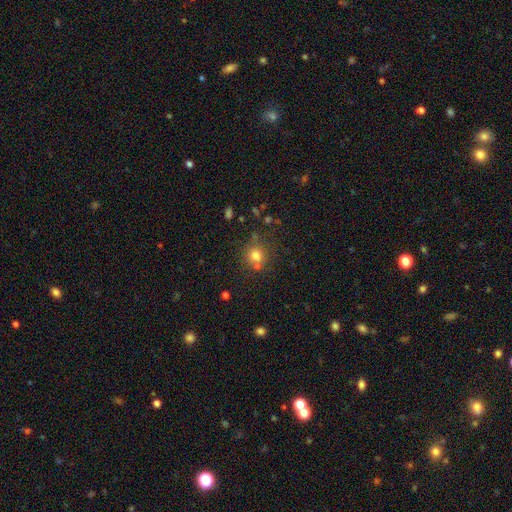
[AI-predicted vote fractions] Smooth or featured? Predicted: smooth (p=0.74). How rounded? Predicted: round (p=0.87). Merging? Predicted: none (p=0.66).